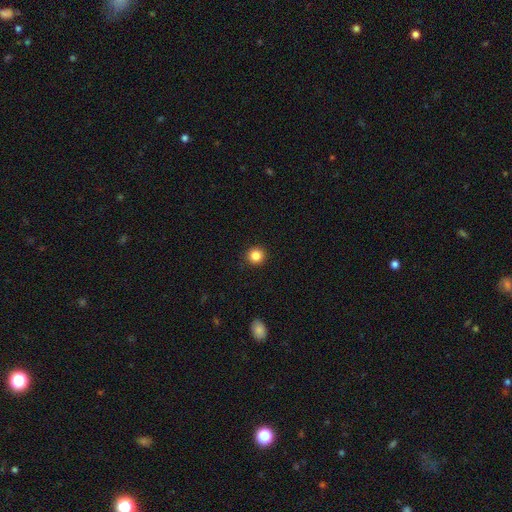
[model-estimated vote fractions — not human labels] Smooth or featured: smooth — 85% (star or artifact — 11%)
How rounded: round — 95% (in between — 4%)
Merging: none — 92% (minor disturbance — 5%)